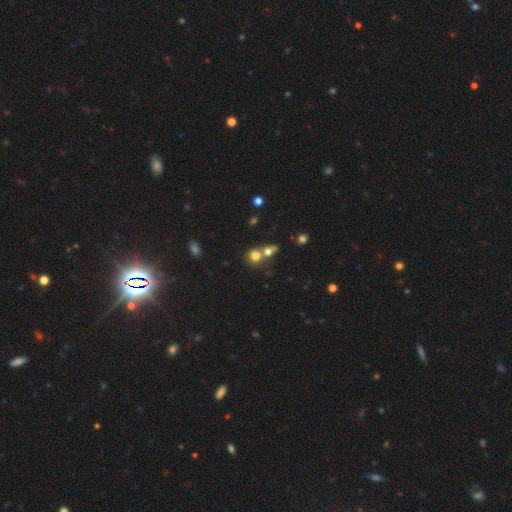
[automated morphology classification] smooth_or_featured: smooth (p=0.75) [alt: star or artifact p=0.13]
how_rounded: round (p=0.82) [alt: in between p=0.17]
merging: merger (p=0.49) [alt: none p=0.41]